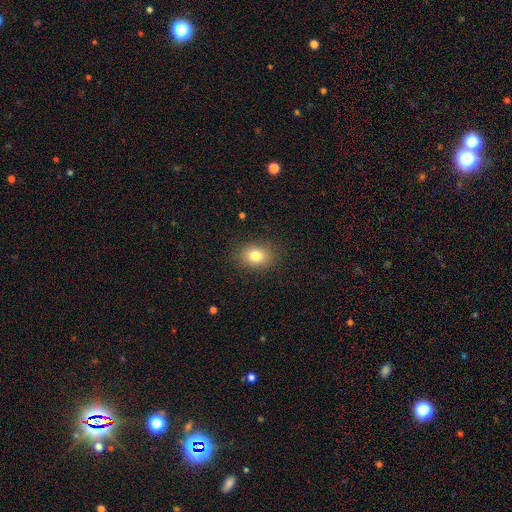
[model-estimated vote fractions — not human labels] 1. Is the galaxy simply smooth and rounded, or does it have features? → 80% smooth, 11% star or artifact, 9% featured or disk.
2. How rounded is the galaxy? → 62% in between, 37% round, 1% cigar-shaped.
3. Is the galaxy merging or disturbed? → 87% none, 9% minor disturbance, 3% major disturbance, 1% merger.